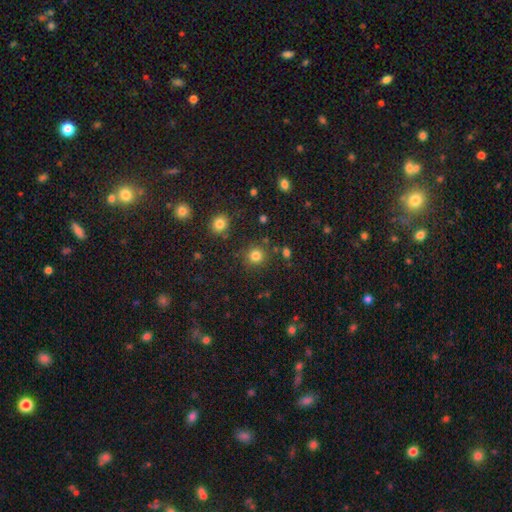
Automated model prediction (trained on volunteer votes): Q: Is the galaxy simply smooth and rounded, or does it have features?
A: smooth — 81%.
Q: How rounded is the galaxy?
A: round — 91%.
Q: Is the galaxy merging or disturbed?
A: none — 85%.